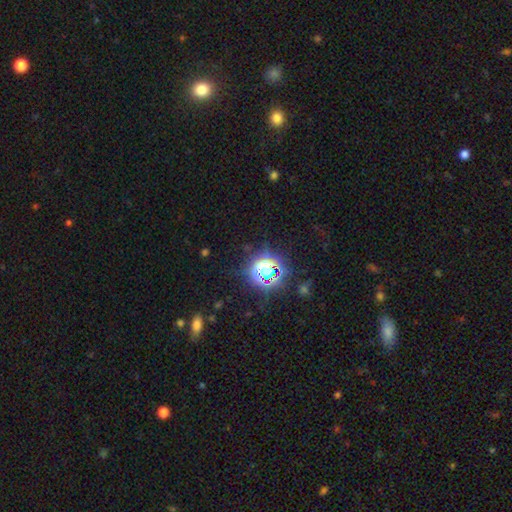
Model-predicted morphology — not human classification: This appears to be a star or artifact, not a galaxy (65%).